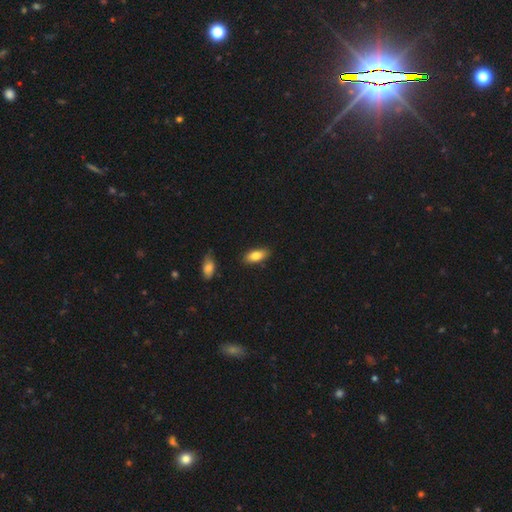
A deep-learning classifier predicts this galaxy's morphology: smooth 82%, featured or disk 11%, star or artifact 7%. Down the decision tree: how rounded — in between (86%); merging — none (83%).